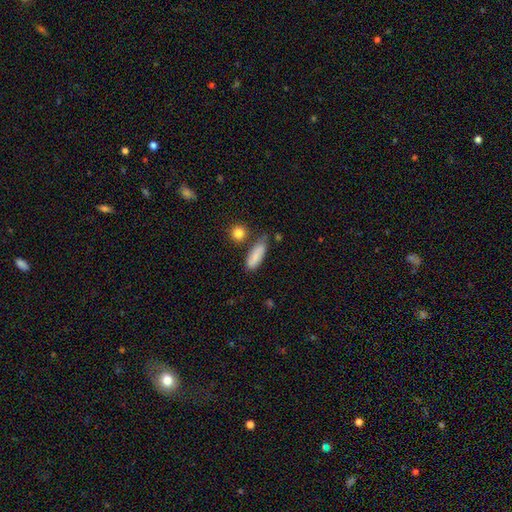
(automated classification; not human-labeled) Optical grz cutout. It shows a smooth galaxy with no disk features (82%) that is in between round and cigar-shaped (63%). Merging: none (60%).